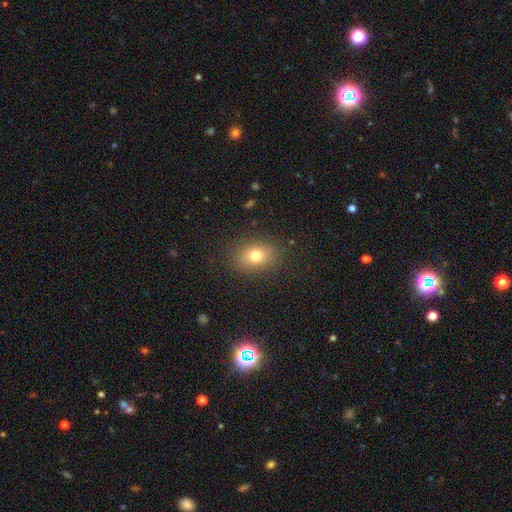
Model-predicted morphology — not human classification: smooth 76%, star or artifact 13%, featured or disk 11%. Down the decision tree: how rounded — in between (63%); merging — none (86%).